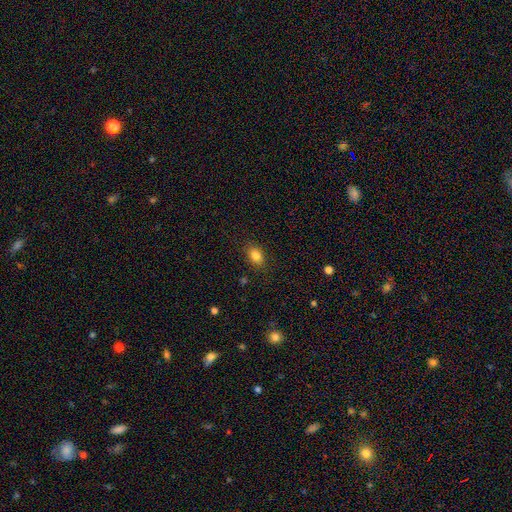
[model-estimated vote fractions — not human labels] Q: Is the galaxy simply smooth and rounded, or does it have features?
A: smooth — 84%.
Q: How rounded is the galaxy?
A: in between — 74%.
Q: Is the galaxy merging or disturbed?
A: none — 86%.